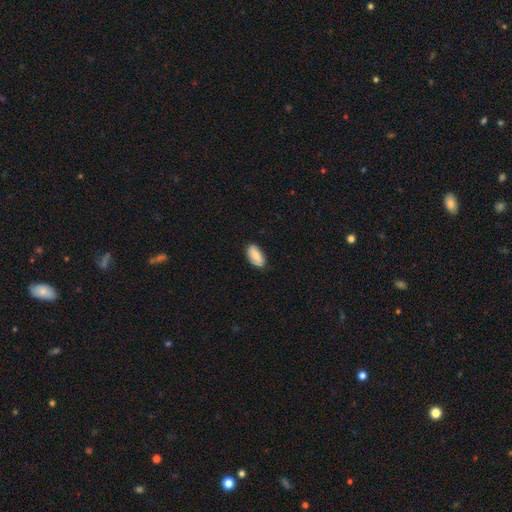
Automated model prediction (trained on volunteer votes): Smooth or featured: smooth — 80% (featured or disk — 14%)
How rounded: in between — 92% (cigar-shaped — 5%)
Merging: none — 84% (minor disturbance — 13%)